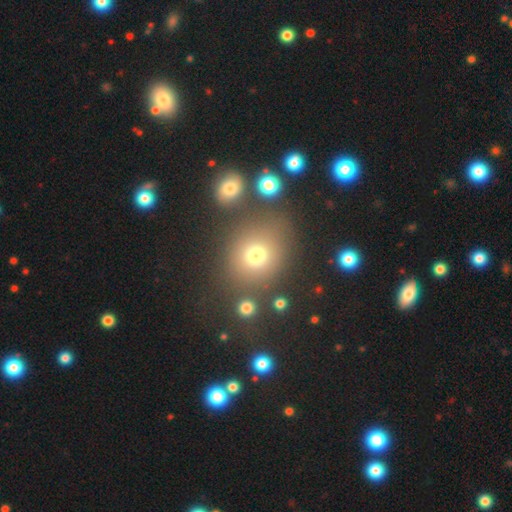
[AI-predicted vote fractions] Morphology: type=smooth (73%); roundness=round (79%); merging=none (72%).